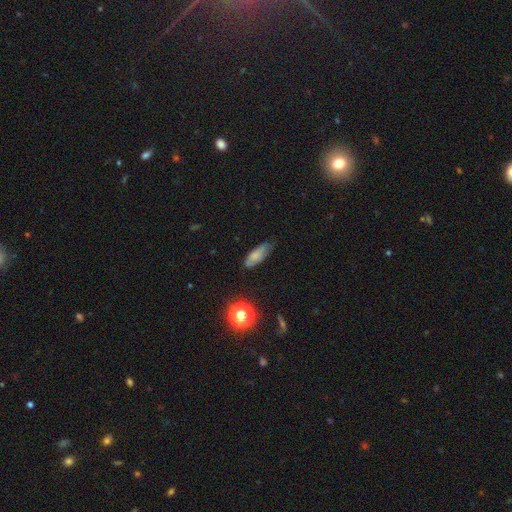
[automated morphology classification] smooth_or_featured: smooth (p=0.71) [alt: featured or disk p=0.18]
how_rounded: in between (p=0.69) [alt: cigar-shaped p=0.27]
merging: none (p=0.65) [alt: minor disturbance p=0.27]